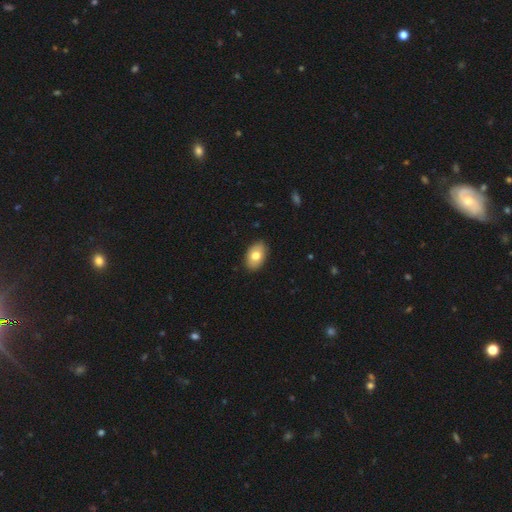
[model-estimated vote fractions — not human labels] smooth 76%, featured or disk 17%, star or artifact 7%. Down the decision tree: how rounded — in between (89%); merging — none (88%).